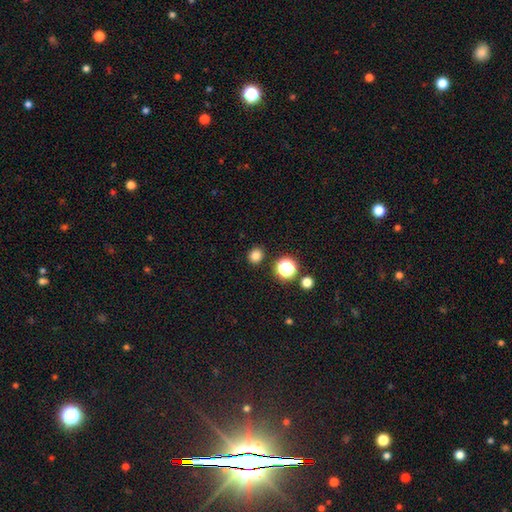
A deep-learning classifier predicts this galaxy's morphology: Overall: smooth (80%). How rounded: round (81%). Merging: none (89%).